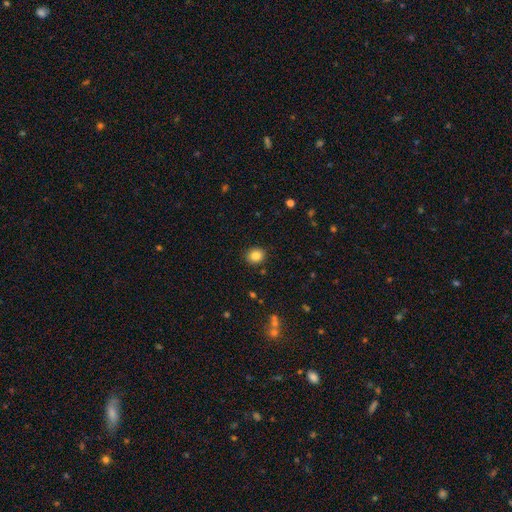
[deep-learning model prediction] smooth 84%, star or artifact 10%, featured or disk 6%. Down the decision tree: how rounded — round (69%); merging — none (89%).